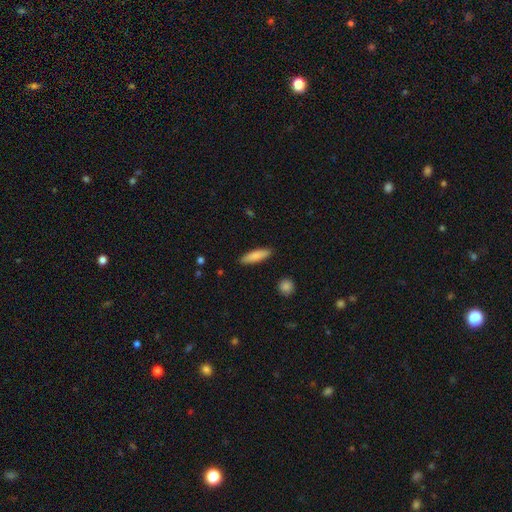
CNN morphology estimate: The model was most divided on "how rounded": cigar-shaped: 62%, in between: 36%, round: 2%. More confident: merging — none (89%); smooth or featured — smooth (83%).